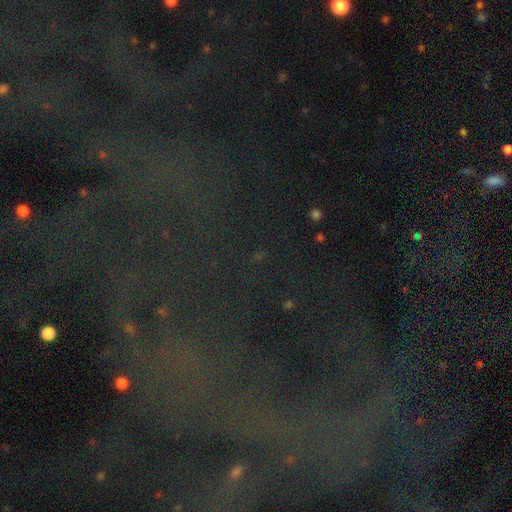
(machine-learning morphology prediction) Q: Smooth or featured?
A: star or artifact (74%); runner-up: featured or disk (14%)